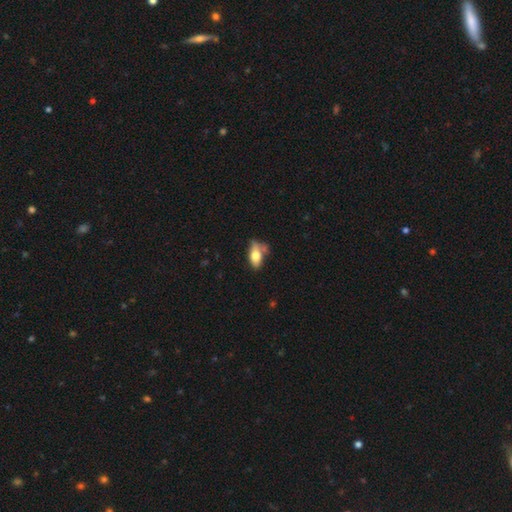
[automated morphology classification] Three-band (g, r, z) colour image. It shows a smooth galaxy with no disk features (66%) that is in between round and cigar-shaped (84%). Merging: none (44%).